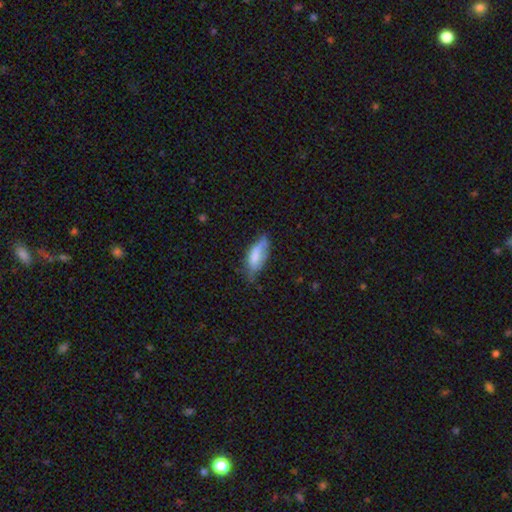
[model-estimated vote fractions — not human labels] A smooth galaxy with no disk features (72%) that is in between round and cigar-shaped (76%). Merging: none (44%).